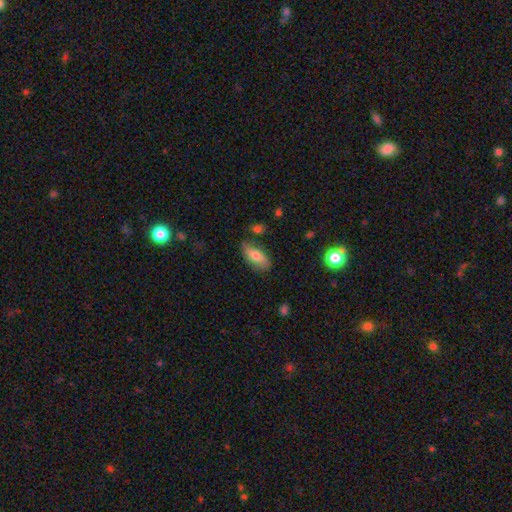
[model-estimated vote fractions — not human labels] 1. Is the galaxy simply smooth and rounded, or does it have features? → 66% smooth, 27% featured or disk, 7% star or artifact.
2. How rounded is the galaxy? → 78% in between, 19% cigar-shaped, 3% round.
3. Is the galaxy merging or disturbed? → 71% none, 21% minor disturbance, 5% major disturbance, 4% merger.